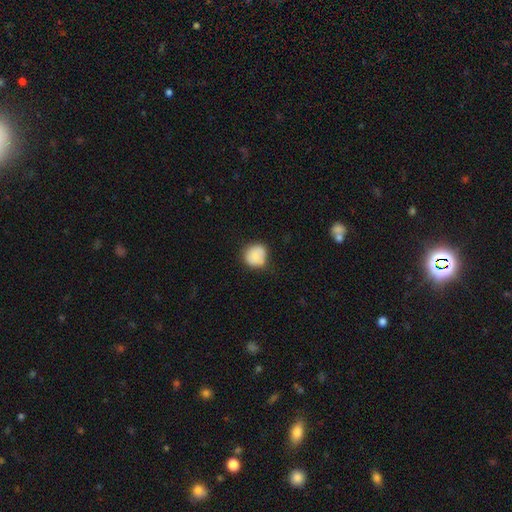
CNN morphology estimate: A smooth galaxy with no disk features (82%) that is round (85%). Merging: none (67%).